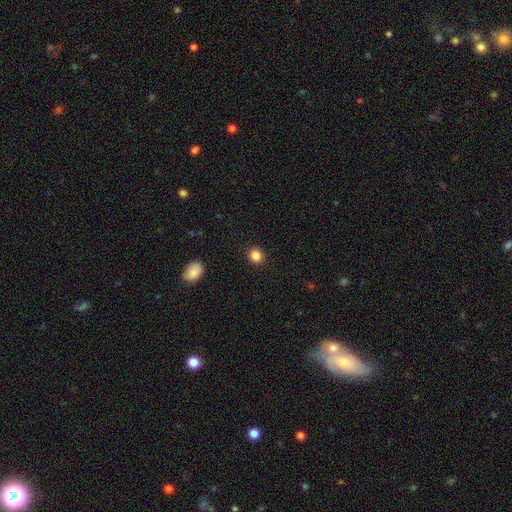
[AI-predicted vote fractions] This appears to be a smooth galaxy with no disk features (86%) that is round (80%). Merging: none (91%).